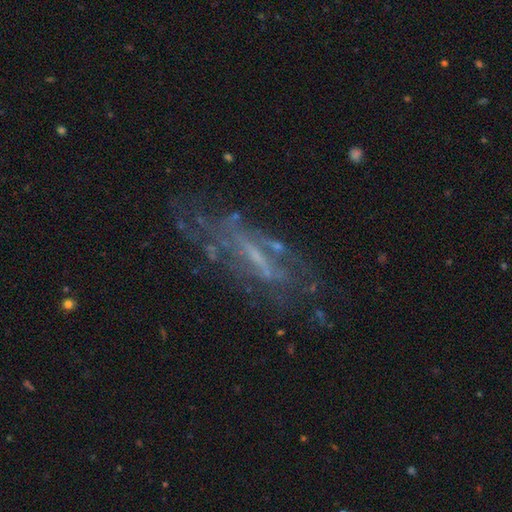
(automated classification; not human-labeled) Smooth or featured? Predicted: featured or disk (p=0.69). Edge-on disk? Predicted: no (p=0.72). Merging? Predicted: none (p=0.60).